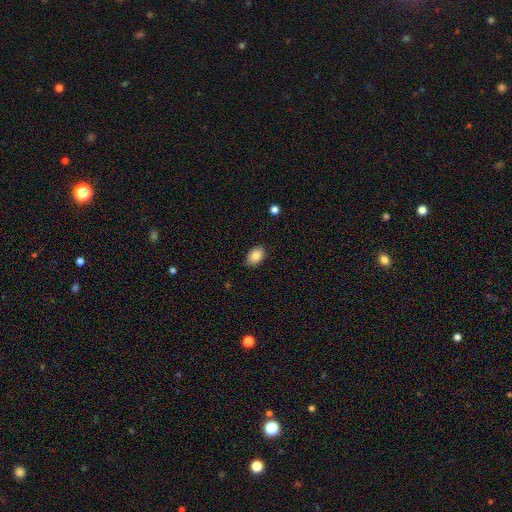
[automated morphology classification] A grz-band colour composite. It shows a smooth galaxy with no disk features (86%) that is in between round and cigar-shaped (83%). Merging: none (83%).